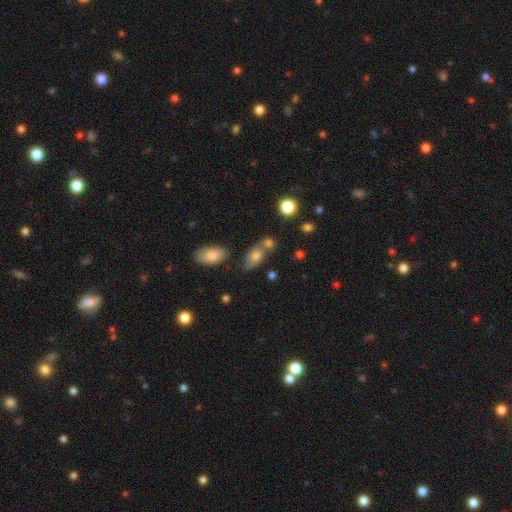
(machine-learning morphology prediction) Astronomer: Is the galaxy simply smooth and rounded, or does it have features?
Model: smooth — 75%.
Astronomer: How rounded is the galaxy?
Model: in between — 86%.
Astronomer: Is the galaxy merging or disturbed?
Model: none — 50% (runner-up: merger, 28%).